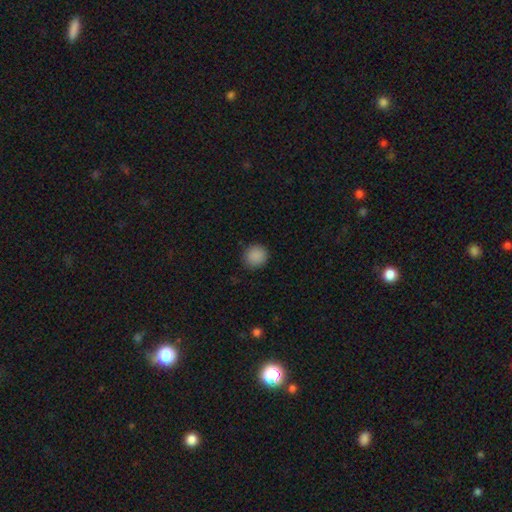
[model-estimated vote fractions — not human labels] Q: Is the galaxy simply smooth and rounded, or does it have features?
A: smooth — 88%.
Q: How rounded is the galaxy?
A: round — 88%.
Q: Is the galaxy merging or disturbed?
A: none — 89%.